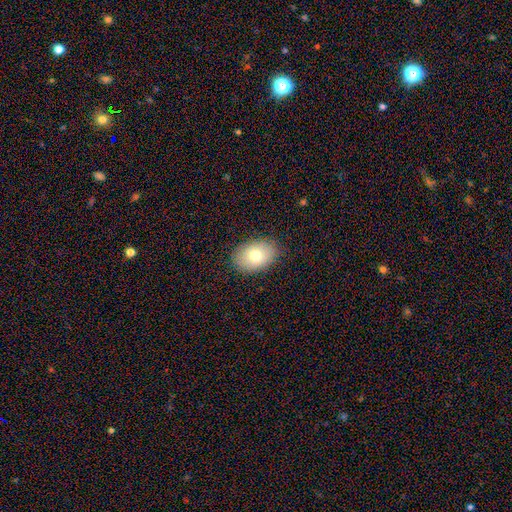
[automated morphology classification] A smooth galaxy with no disk features (75%) that is in between round and cigar-shaped (82%).

Vote fractions:
- Smooth or featured? smooth: 75% / featured or disk: 15% / star or artifact: 9%
- How rounded? in between: 82% / round: 17% / cigar-shaped: 1%
- Merging? none: 86% / minor disturbance: 11% / major disturbance: 3% / merger: 1%